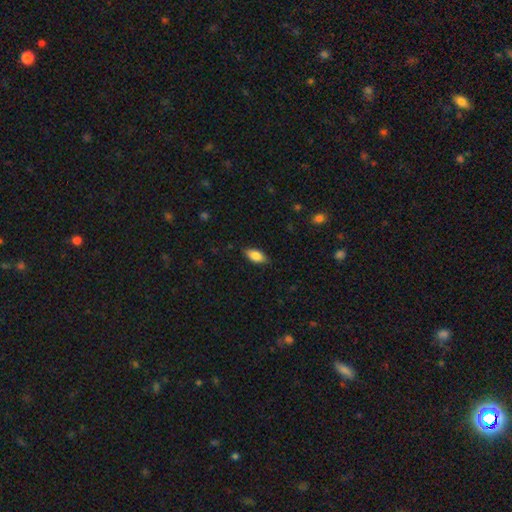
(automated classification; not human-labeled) The model was most divided on "smooth or featured": smooth: 80%, featured or disk: 13%, star or artifact: 7%. More confident: how rounded — in between (88%); merging — none (83%).